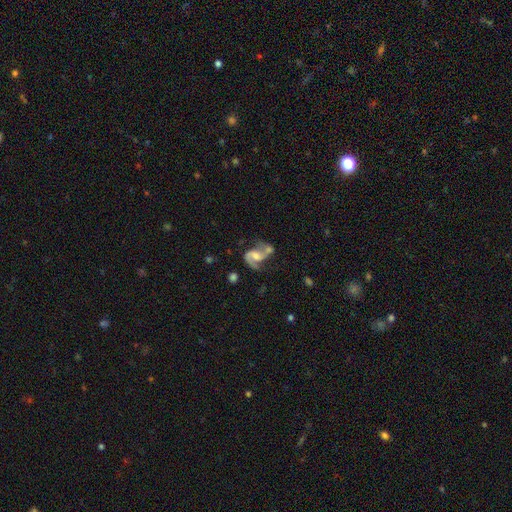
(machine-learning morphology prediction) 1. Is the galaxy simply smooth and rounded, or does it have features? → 85% featured or disk, 9% smooth, 6% star or artifact.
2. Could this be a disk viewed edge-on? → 98% no, 2% yes.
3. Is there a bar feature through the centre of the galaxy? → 44% weak, 40% no, 16% strong.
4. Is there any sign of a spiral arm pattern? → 95% yes, 5% no.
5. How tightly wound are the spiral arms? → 47% medium, 43% loose, 10% tight.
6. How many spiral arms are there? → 89% 2, 5% 1, 3% can't tell, 1% 3, 1% 4, 1% more than 4.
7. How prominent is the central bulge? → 49% moderate, 30% small, 10% none, 9% large, 2% dominant.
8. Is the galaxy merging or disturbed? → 43% none, 27% merger, 17% minor disturbance, 13% major disturbance.